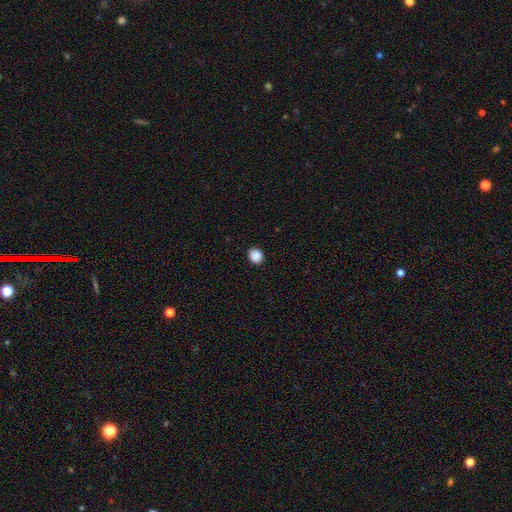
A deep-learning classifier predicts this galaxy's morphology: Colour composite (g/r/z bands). It shows a smooth galaxy with no disk features (88%) that is round (77%). Merging: none (91%).